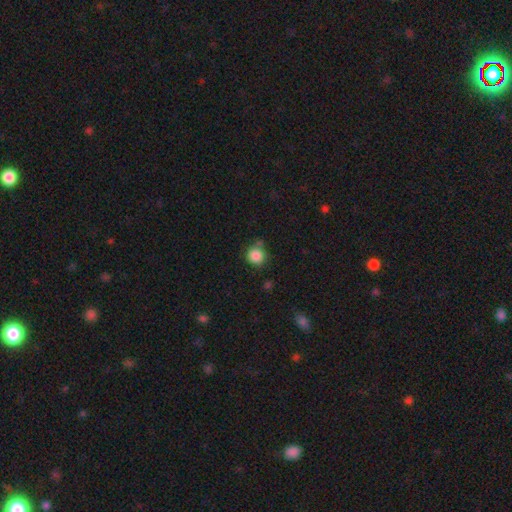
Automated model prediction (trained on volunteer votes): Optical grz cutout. It shows a smooth galaxy with no disk features (86%) that is round (91%). Merging: none (69%).